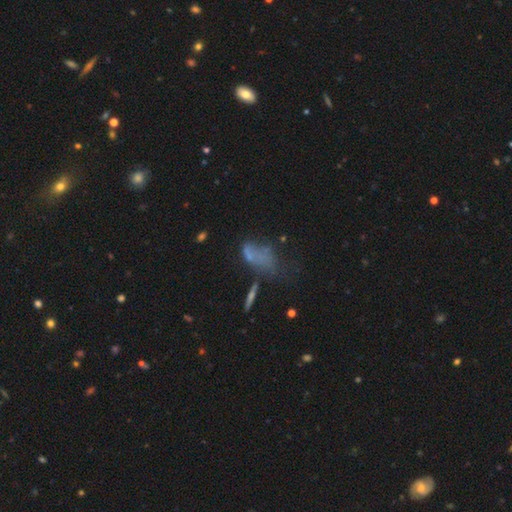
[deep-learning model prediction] Smooth or featured? Predicted: smooth (p=0.46). Merging? Predicted: major disturbance (p=0.34).